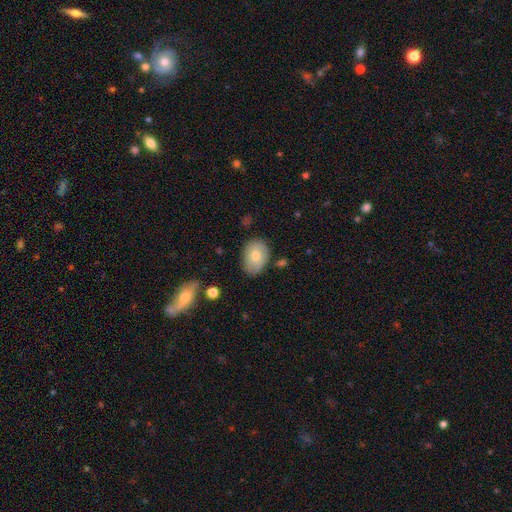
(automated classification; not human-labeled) Smooth or featured? Predicted: smooth (p=0.71). How rounded? Predicted: in between (p=0.76). Merging? Predicted: none (p=0.73).